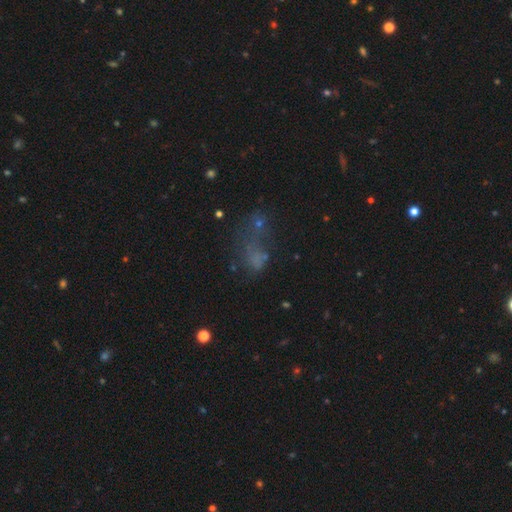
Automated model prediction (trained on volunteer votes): Morphology: type=smooth (44%); merging=major disturbance (39%).